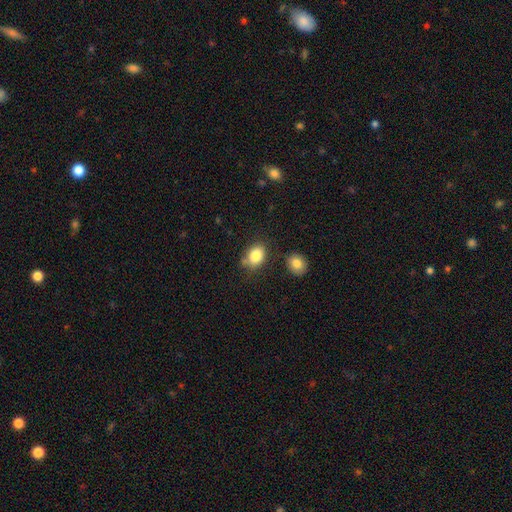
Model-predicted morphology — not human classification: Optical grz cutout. It shows a smooth galaxy with no disk features (84%) that is in between round and cigar-shaped (68%). Merging: none (68%).